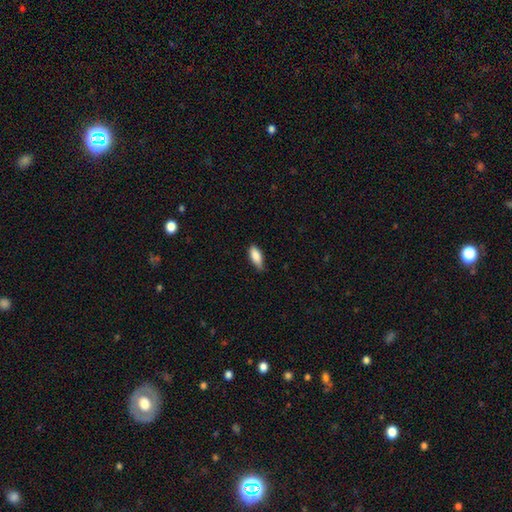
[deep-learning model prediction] smooth-or-featured: smooth: 85% | featured or disk: 8% | star or artifact: 6%
  how-rounded: in between: 78% | cigar-shaped: 20% | round: 2%
  merging: none: 67% | minor disturbance: 28% | major disturbance: 4% | merger: 1%